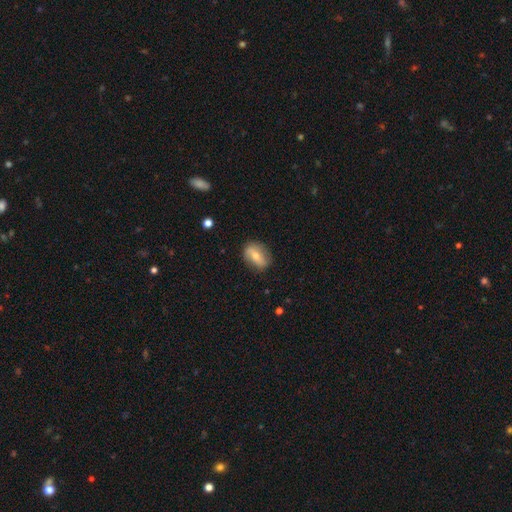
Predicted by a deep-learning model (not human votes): This appears to be a smooth galaxy with no disk features (52%) that is in between round and cigar-shaped (73%). Merging: none (79%).